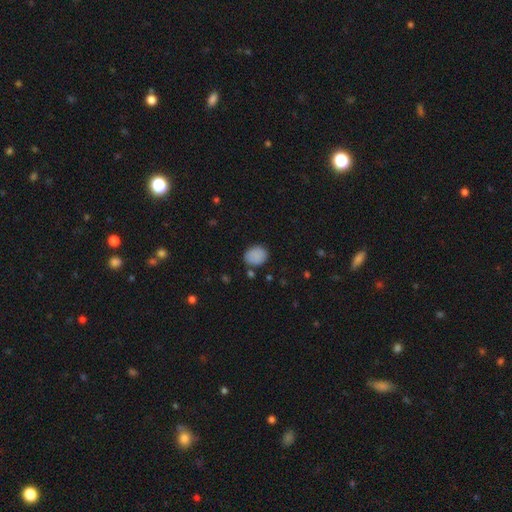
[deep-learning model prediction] This appears to be a smooth galaxy with no disk features (87%) that is round (54%). Merging: none (81%).